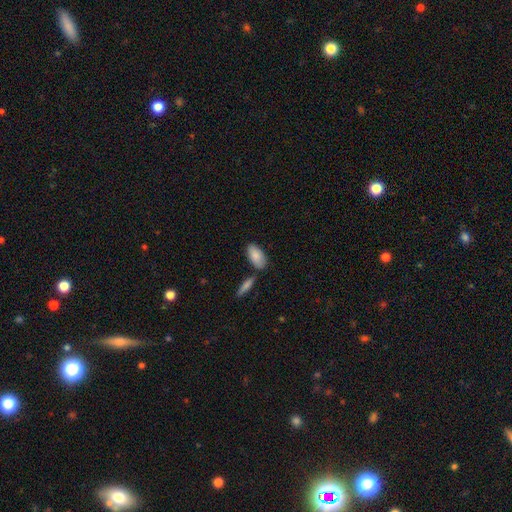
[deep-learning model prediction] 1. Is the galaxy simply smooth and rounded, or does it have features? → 85% smooth, 10% featured or disk, 6% star or artifact.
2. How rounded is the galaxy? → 92% in between, 6% cigar-shaped, 2% round.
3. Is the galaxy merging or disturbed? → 73% none, 13% minor disturbance, 11% merger, 3% major disturbance.